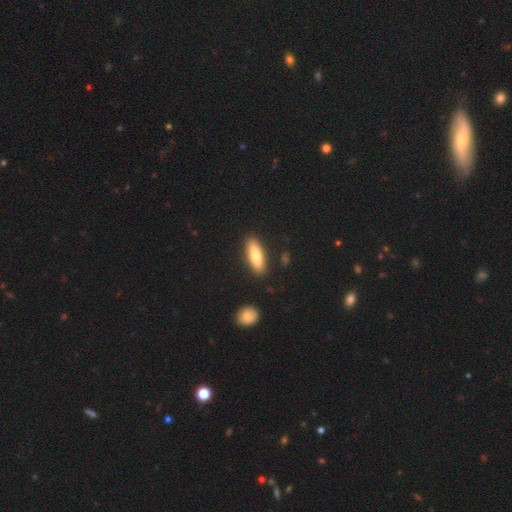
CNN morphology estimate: The model was most divided on "how rounded": cigar-shaped: 50%, in between: 48%, round: 2%. More confident: merging — none (88%); smooth or featured — smooth (75%).